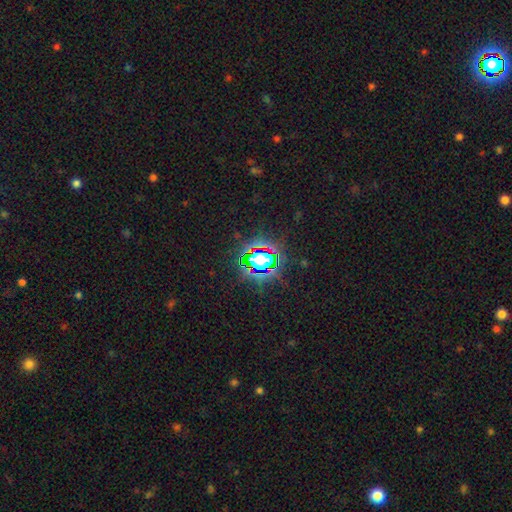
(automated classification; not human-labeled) Overall: star or artifact (82%).